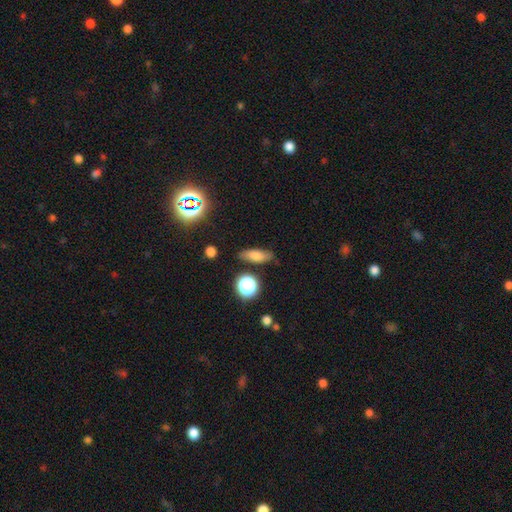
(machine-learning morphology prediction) The model was most divided on "how rounded": in between: 59%, cigar-shaped: 31%, round: 10%. More confident: merging — none (80%); smooth or featured — smooth (71%).